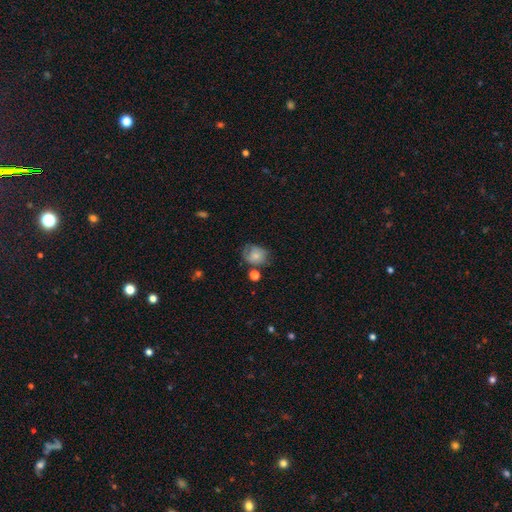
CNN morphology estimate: Smooth or featured: smooth — 71% (featured or disk — 20%)
How rounded: round — 58% (in between — 41%)
Merging: none — 52% (minor disturbance — 29%)